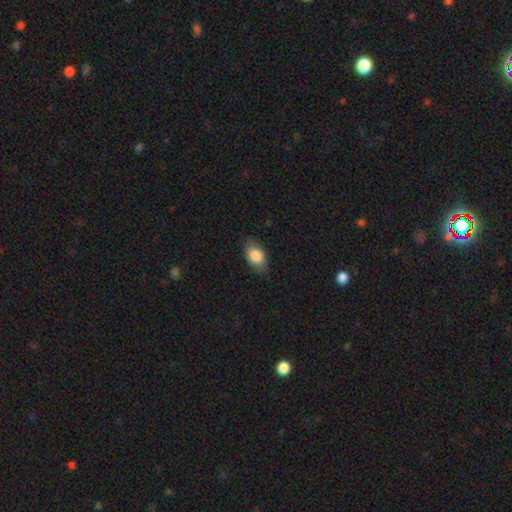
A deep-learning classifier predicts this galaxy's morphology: type=smooth (82%); roundness=in between (88%); merging=none (80%).